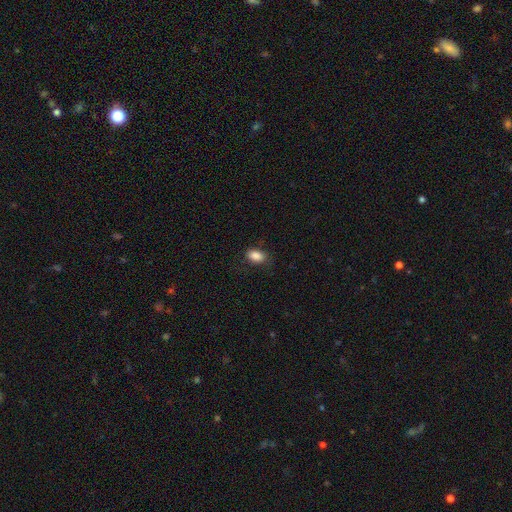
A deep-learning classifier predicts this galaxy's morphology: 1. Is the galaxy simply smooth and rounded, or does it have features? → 87% smooth, 8% star or artifact, 5% featured or disk.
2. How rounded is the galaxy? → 88% in between, 10% round, 2% cigar-shaped.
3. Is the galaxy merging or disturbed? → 77% none, 17% minor disturbance, 5% major disturbance, 1% merger.